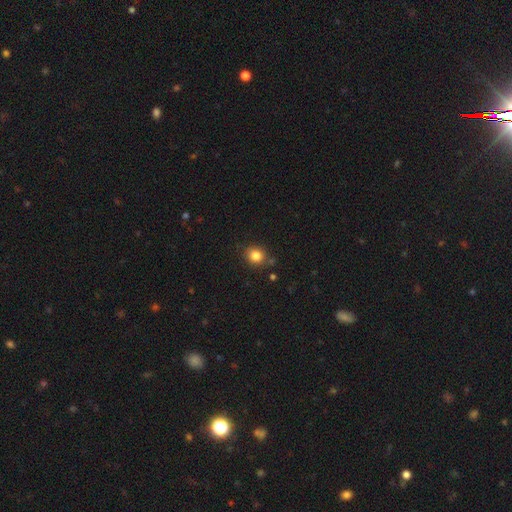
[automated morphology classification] Smooth or featured? smooth (84%)
How rounded? round (79%)
Merging? none (81%)